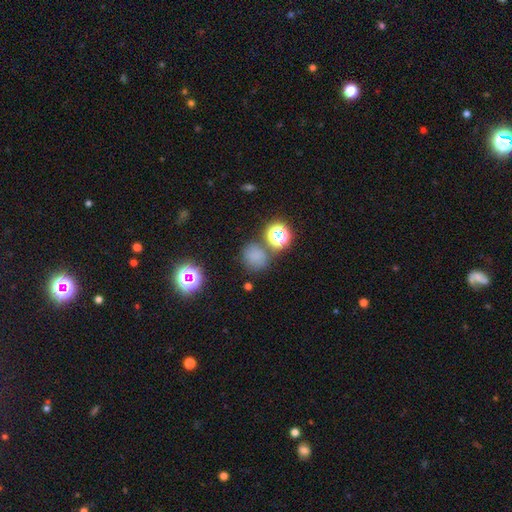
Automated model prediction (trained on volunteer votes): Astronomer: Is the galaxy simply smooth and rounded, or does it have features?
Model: smooth — 70%.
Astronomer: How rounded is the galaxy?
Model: round — 81%.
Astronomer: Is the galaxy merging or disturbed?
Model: none — 65%.